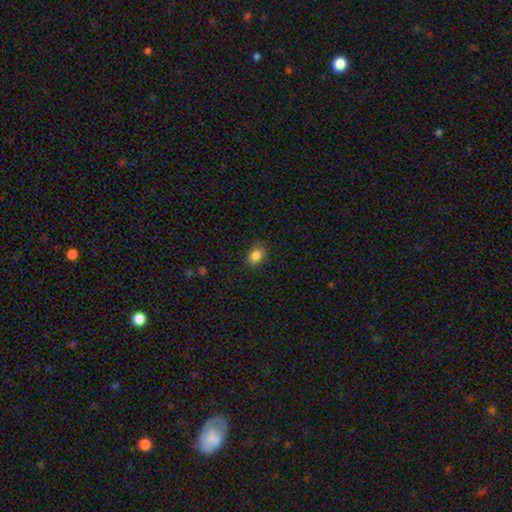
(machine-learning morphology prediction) This appears to be a smooth galaxy with no disk features (85%) that is in between round and cigar-shaped (54%). Merging: none (85%).